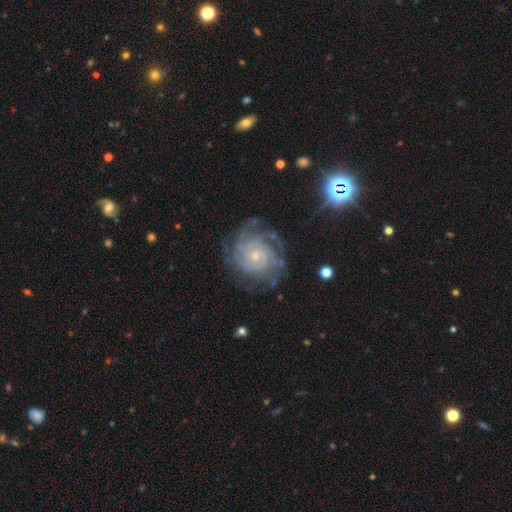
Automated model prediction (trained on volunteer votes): Smooth or featured?
  - featured or disk: 89% *
  - star or artifact: 7%
  - smooth: 5%
Edge-on disk?
  - no: 98% *
  - yes: 2%
Bar?
  - no: 75% *
  - weak: 21%
  - strong: 5%
Spiral arms?
  - yes: 98% *
  - no: 2%
Spiral winding?
  - tight: 76% *
  - medium: 21%
  - loose: 3%
Spiral arm count?
  - 4: 27% *
  - 3: 23%
  - can't tell: 20%
  - 2: 14%
  - more than 4: 10%
  - 1: 7%
Bulge size?
  - small: 77% *
  - moderate: 19%
  - none: 2%
  - large: 1%
  - dominant: 1%
Merging?
  - none: 75% *
  - minor disturbance: 17%
  - major disturbance: 7%
  - merger: 2%